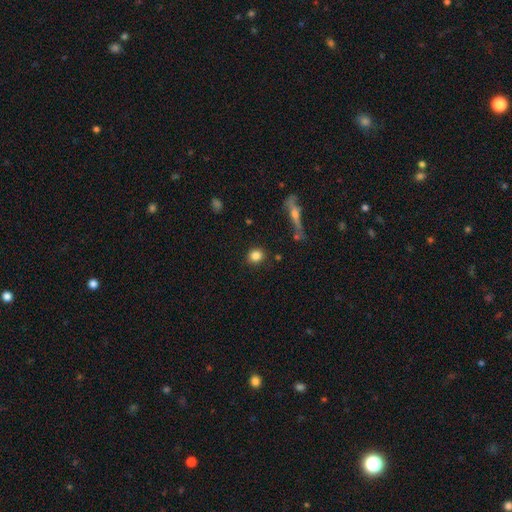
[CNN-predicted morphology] This is clearly a smooth galaxy (83%). How rounded: likely round (79%). Merging: clearly none (87%).